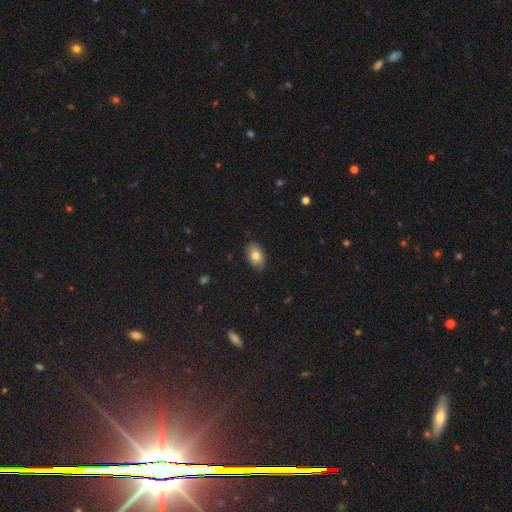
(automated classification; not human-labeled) The model was most divided on "smooth or featured": smooth: 77%, featured or disk: 15%, star or artifact: 8%. More confident: how rounded — in between (90%); merging — none (83%).